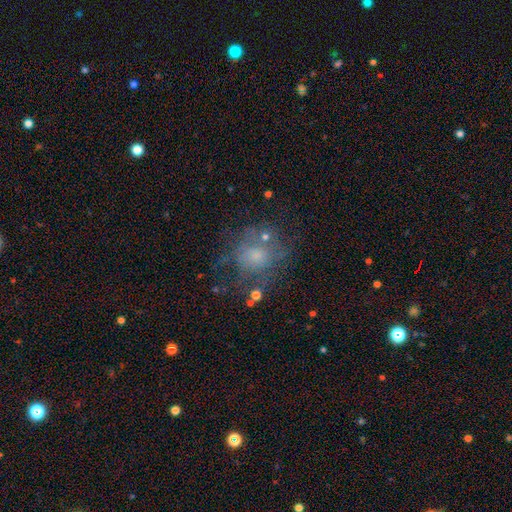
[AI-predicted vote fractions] The model was most divided on "smooth or featured": smooth: 50%, featured or disk: 34%, star or artifact: 16%. More confident: merging — none (52%).